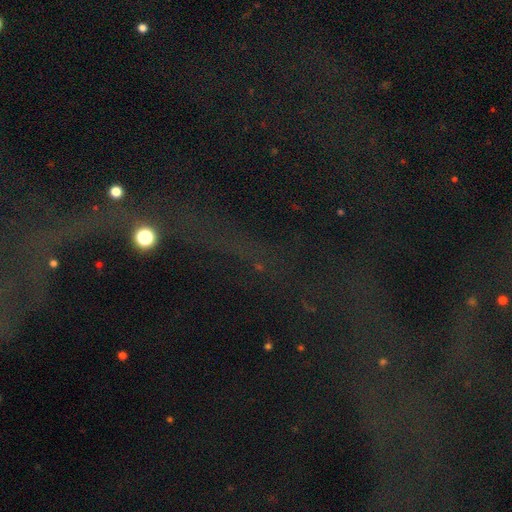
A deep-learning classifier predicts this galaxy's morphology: A star or artifact, not a galaxy (71%).

Vote fractions:
- Smooth or featured? star or artifact: 71% / featured or disk: 16% / smooth: 13%